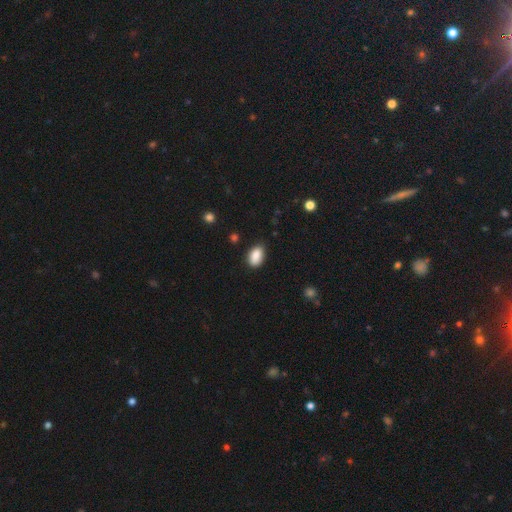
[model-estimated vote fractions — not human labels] Overall: smooth (87%). How rounded: in between (89%). Merging: none (79%).